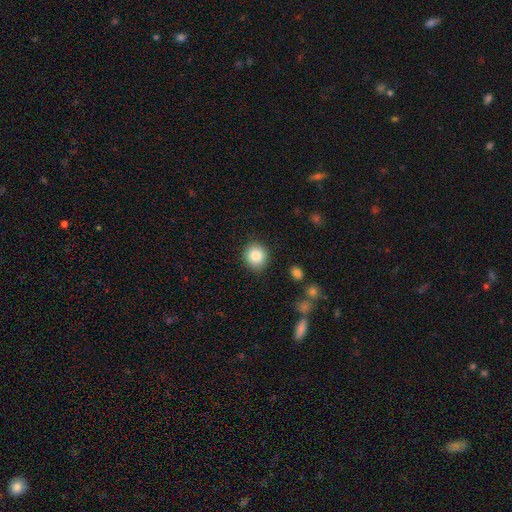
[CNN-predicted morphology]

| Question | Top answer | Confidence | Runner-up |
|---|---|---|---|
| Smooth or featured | smooth | 85% | star or artifact (9%) |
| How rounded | round | 87% | in between (12%) |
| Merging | none | 88% | minor disturbance (8%) |